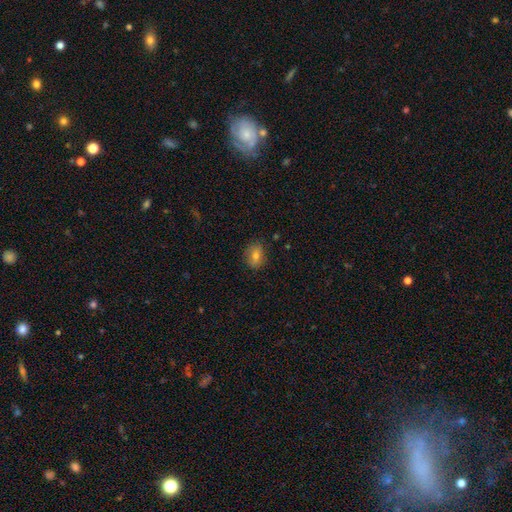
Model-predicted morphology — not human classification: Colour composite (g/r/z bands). It shows a smooth galaxy with no disk features (71%) that is in between round and cigar-shaped (54%). Merging: none (84%).